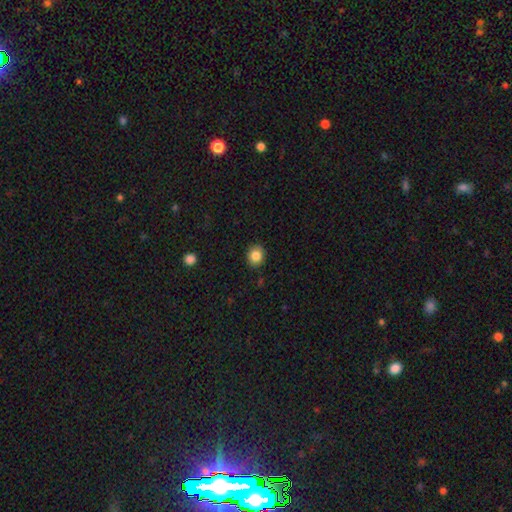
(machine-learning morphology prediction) A smooth galaxy with no disk features (84%) that is round (72%).

Vote fractions:
- Smooth or featured? smooth: 84% / star or artifact: 10% / featured or disk: 6%
- How rounded? round: 72% / in between: 27% / cigar-shaped: 1%
- Merging? none: 89% / minor disturbance: 8% / major disturbance: 2% / merger: 1%